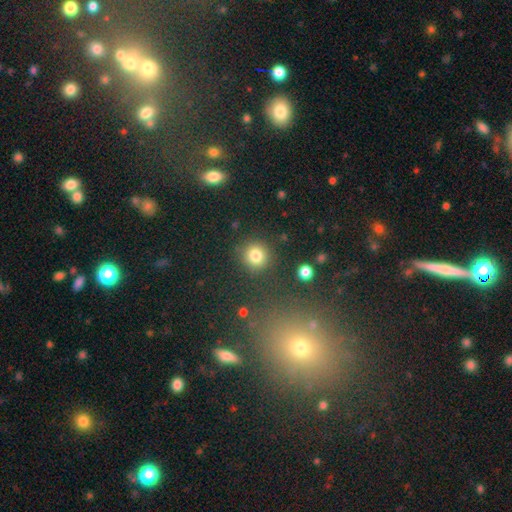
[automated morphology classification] The model was most divided on "smooth or featured": smooth: 82%, star or artifact: 13%, featured or disk: 6%. More confident: how rounded — round (91%); merging — none (86%).